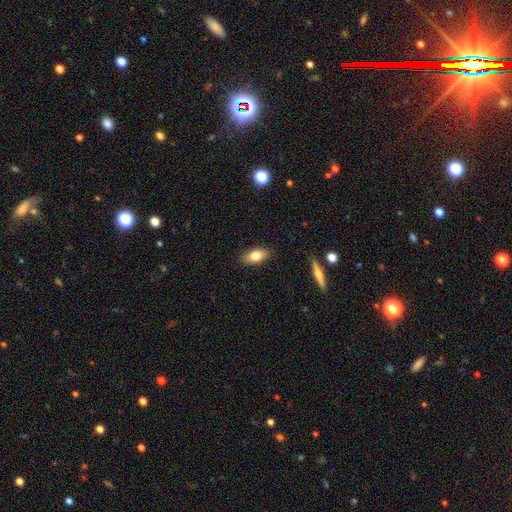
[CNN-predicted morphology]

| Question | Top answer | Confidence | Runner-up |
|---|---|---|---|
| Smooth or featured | smooth | 78% | featured or disk (14%) |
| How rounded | in between | 87% | cigar-shaped (8%) |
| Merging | none | 86% | minor disturbance (10%) |